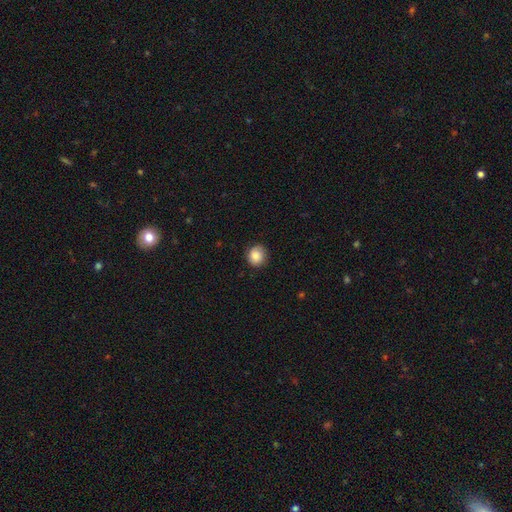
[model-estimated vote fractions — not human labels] A smooth galaxy with no disk features (85%) that is round (85%). Merging: none (84%).